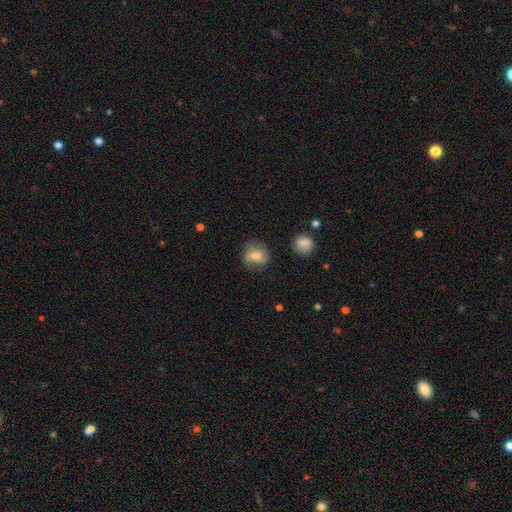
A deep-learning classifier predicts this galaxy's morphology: Smooth or featured? smooth (59%)
How rounded? round (75%)
Merging? none (65%)